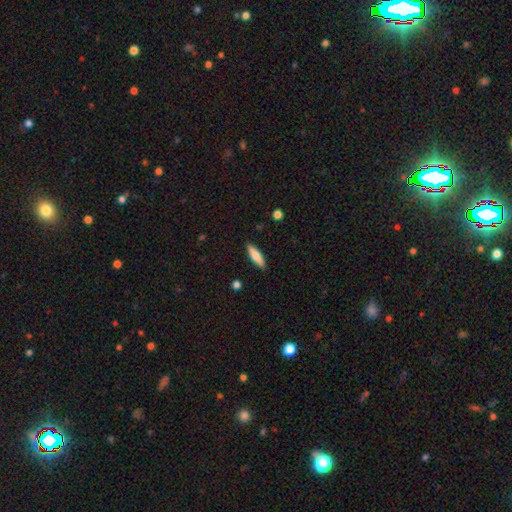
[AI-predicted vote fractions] smooth-or-featured: smooth: 76% | featured or disk: 19% | star or artifact: 6%
  how-rounded: cigar-shaped: 60% | in between: 38% | round: 2%
  merging: none: 89% | minor disturbance: 8% | major disturbance: 2% | merger: 1%